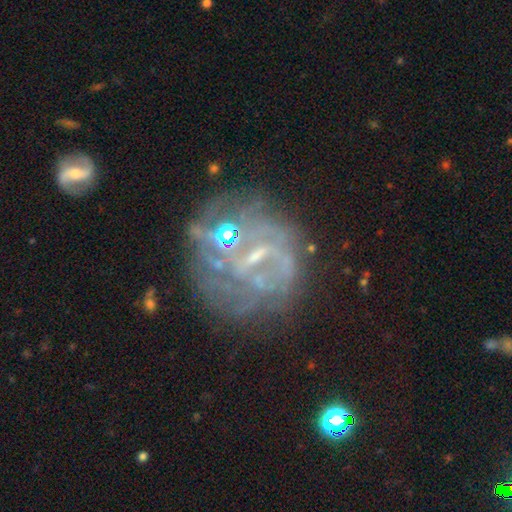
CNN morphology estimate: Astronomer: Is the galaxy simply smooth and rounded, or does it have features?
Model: featured or disk — 75%.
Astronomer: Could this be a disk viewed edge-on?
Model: no — 96%.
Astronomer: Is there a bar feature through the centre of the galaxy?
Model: strong — 47% (runner-up: weak, 31%).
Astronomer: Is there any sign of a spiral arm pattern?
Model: yes — 72%.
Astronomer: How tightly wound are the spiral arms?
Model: tight — 41% (runner-up: medium, 36%).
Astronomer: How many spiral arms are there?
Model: can't tell — 35% (runner-up: 2, 33%).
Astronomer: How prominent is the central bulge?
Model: small — 37% (runner-up: none, 30%).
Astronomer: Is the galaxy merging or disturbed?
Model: none — 38% (runner-up: major disturbance, 27%).